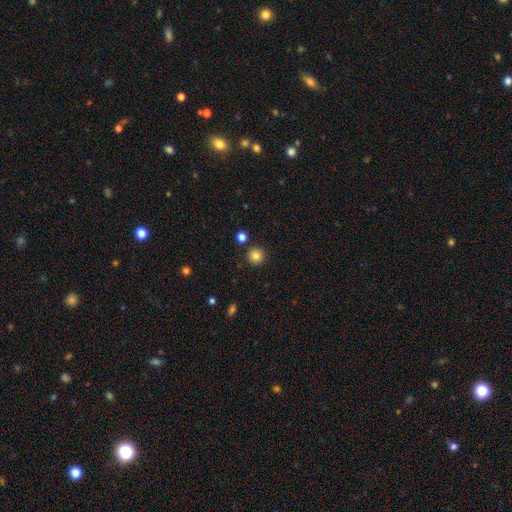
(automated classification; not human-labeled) Smooth or featured?
  - smooth: 83% *
  - star or artifact: 11%
  - featured or disk: 5%
How rounded?
  - round: 95% *
  - in between: 4%
  - cigar-shaped: 1%
Merging?
  - none: 89% *
  - minor disturbance: 5%
  - merger: 3%
  - major disturbance: 2%